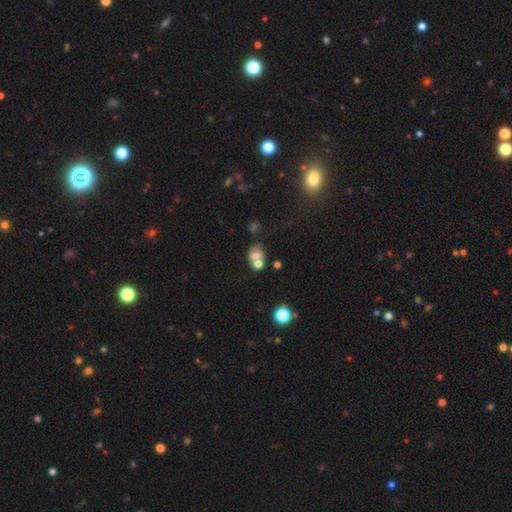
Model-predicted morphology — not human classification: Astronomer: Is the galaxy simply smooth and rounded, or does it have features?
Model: smooth — 62%.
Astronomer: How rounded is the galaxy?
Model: in between — 51% (runner-up: round, 48%).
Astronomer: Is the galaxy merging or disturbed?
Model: merger — 50% (runner-up: none, 34%).